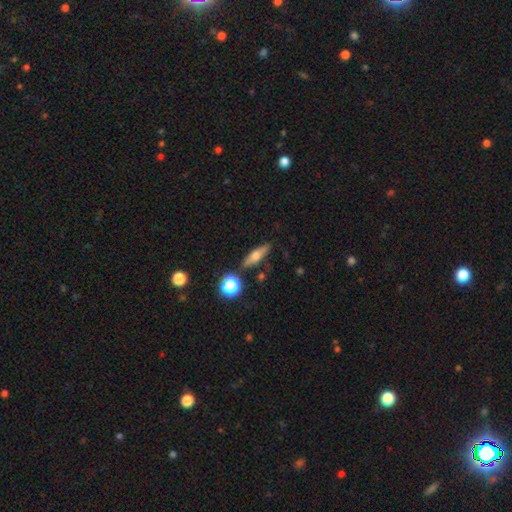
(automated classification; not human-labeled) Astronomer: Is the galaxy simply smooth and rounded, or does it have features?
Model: smooth — 51% (runner-up: featured or disk, 39%).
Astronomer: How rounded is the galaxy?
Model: cigar-shaped — 52% (runner-up: in between, 40%).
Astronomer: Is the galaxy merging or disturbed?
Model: none — 82%.